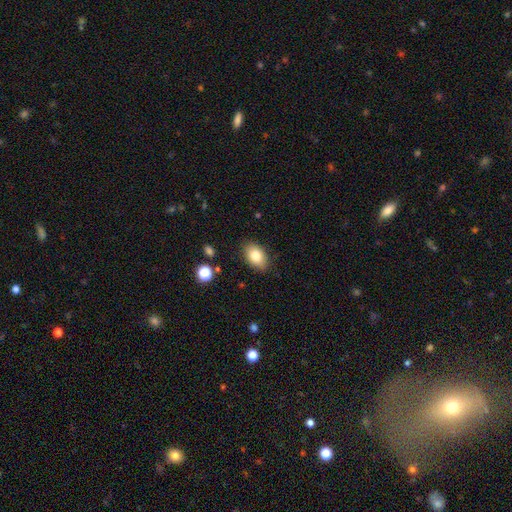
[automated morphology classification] Smooth or featured: smooth — 81% (featured or disk — 10%)
How rounded: in between — 86% (round — 13%)
Merging: none — 87% (minor disturbance — 10%)